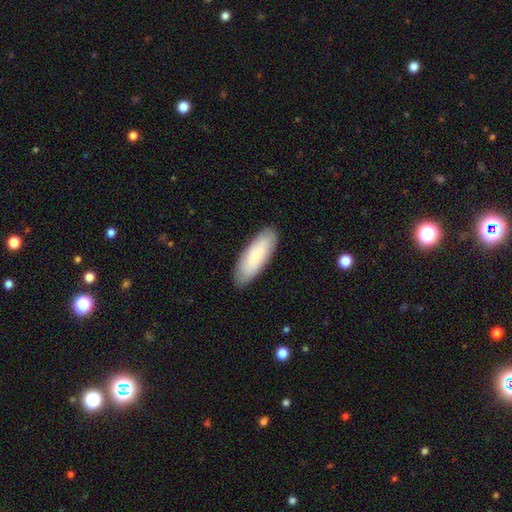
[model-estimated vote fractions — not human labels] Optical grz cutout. It shows a smooth galaxy with no disk features (74%) that is in between round and cigar-shaped (64%). Merging: none (87%).